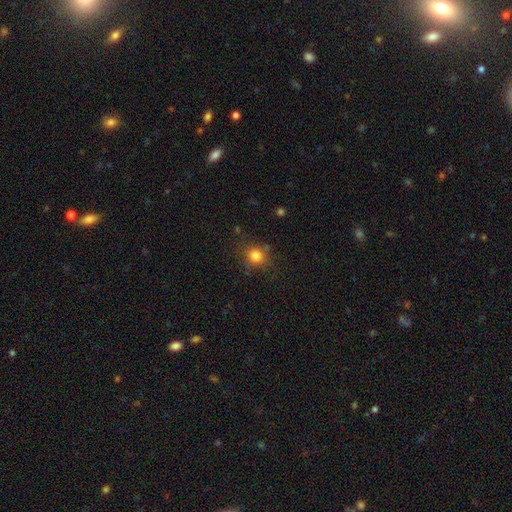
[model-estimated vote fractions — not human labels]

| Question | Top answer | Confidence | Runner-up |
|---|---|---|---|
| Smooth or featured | smooth | 82% | star or artifact (12%) |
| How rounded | round | 83% | in between (16%) |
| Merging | none | 79% | minor disturbance (13%) |